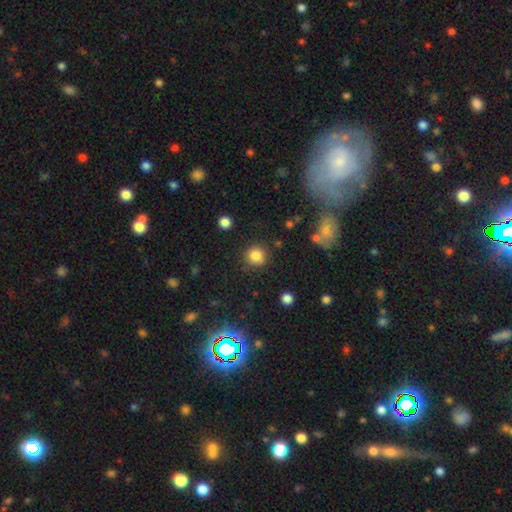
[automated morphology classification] This appears to be a smooth galaxy with no disk features (83%) that is round (90%). Merging: none (84%).